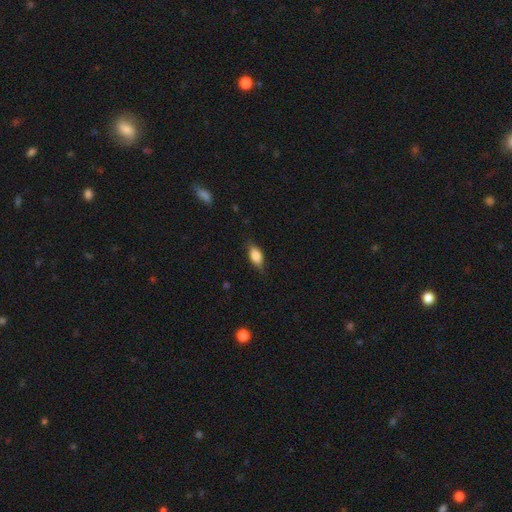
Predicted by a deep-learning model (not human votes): Morphology: type=smooth (77%); roundness=in between (85%); merging=none (74%).